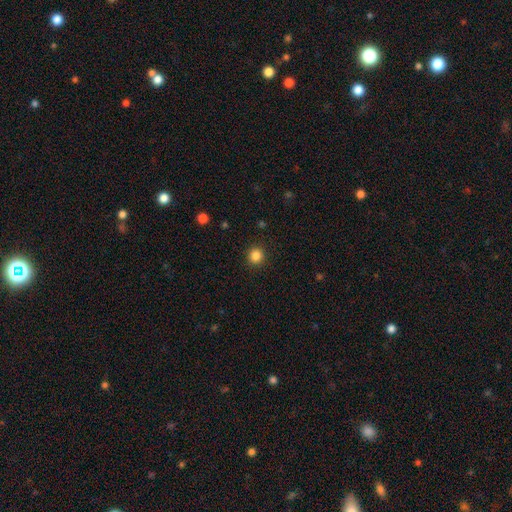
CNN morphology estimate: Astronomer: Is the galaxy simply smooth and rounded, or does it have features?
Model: smooth — 85%.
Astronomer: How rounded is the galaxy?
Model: round — 94%.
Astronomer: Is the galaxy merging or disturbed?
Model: none — 92%.